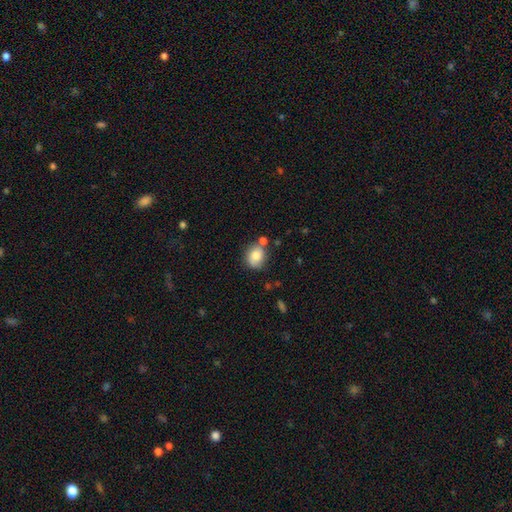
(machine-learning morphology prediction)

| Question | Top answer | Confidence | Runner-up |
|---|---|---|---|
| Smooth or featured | smooth | 79% | featured or disk (12%) |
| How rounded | round | 54% | in between (45%) |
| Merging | none | 62% | minor disturbance (19%) |